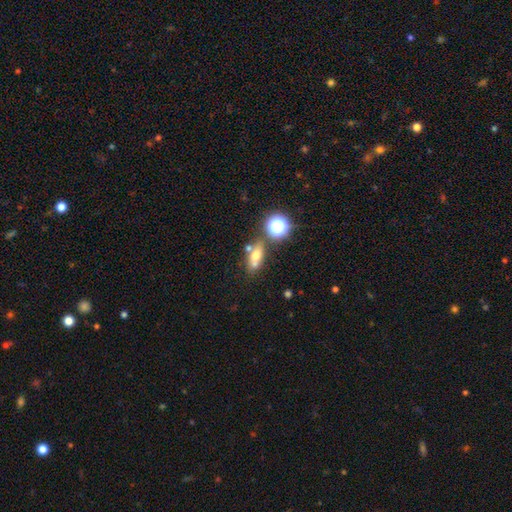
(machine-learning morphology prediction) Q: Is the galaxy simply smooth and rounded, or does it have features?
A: smooth — 57%.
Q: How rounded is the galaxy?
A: in between — 59%.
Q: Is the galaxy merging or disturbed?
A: none — 54%.